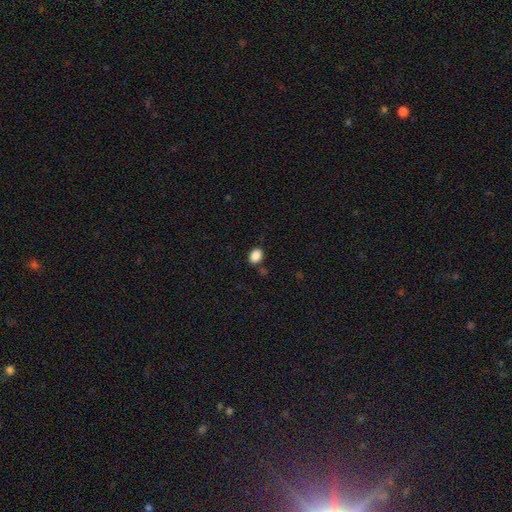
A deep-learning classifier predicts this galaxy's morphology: Smooth or featured? Predicted: smooth (p=0.88). How rounded? Predicted: in between (p=0.69). Merging? Predicted: none (p=0.81).